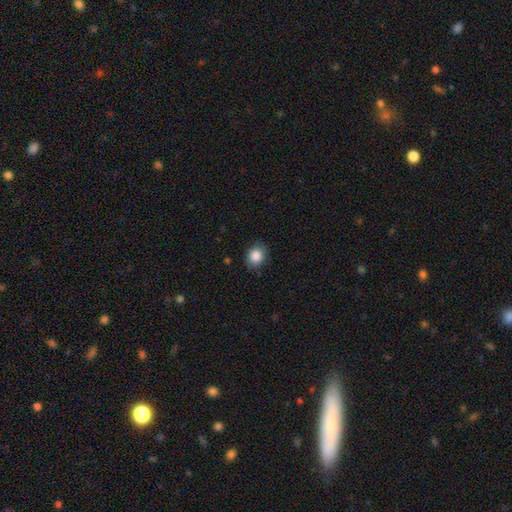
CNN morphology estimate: smooth_or_featured: smooth (p=0.87) [alt: star or artifact p=0.08]
how_rounded: round (p=0.56) [alt: in between p=0.43]
merging: none (p=0.82) [alt: minor disturbance p=0.13]